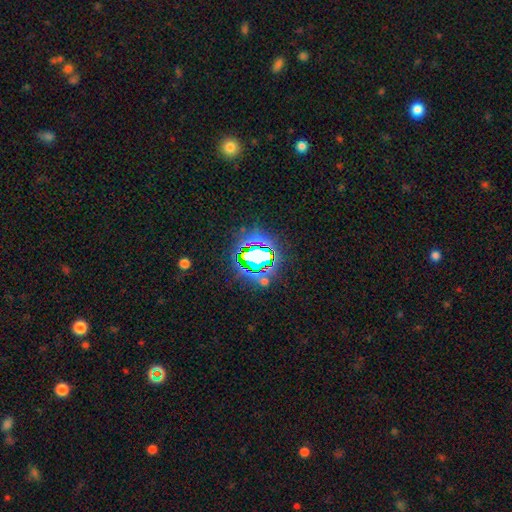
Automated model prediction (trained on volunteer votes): Overall: star or artifact (72%).